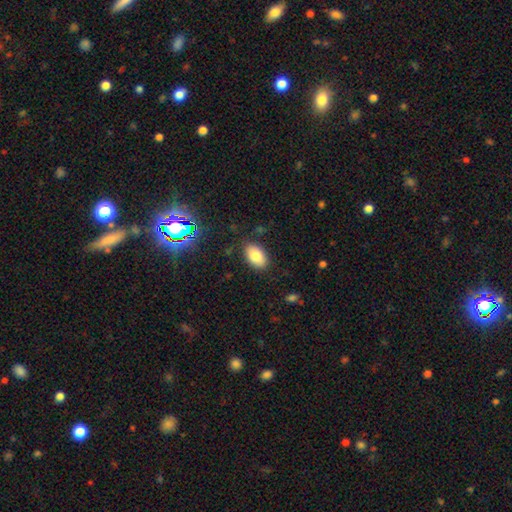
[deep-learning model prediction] This is clearly a smooth galaxy (82%). How rounded: clearly in between (92%). Merging: clearly none (84%).